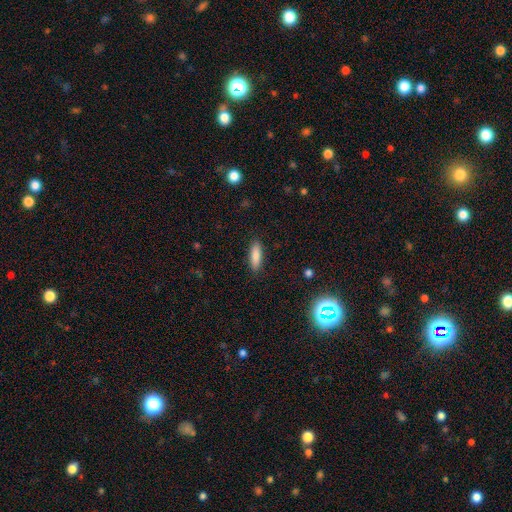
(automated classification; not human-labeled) A smooth galaxy with no disk features (85%) that is in between round and cigar-shaped (53%).

Vote fractions:
- Smooth or featured? smooth: 85% / featured or disk: 7% / star or artifact: 7%
- How rounded? in between: 53% / cigar-shaped: 45% / round: 2%
- Merging? none: 88% / minor disturbance: 9% / major disturbance: 2% / merger: 1%